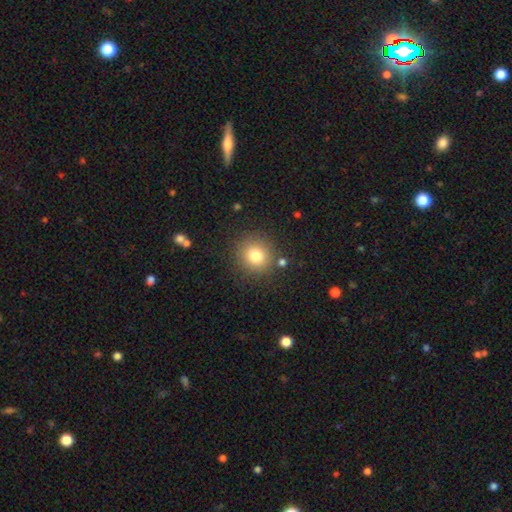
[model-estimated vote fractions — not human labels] Smooth or featured? Predicted: smooth (p=0.79). How rounded? Predicted: round (p=0.90). Merging? Predicted: none (p=0.85).